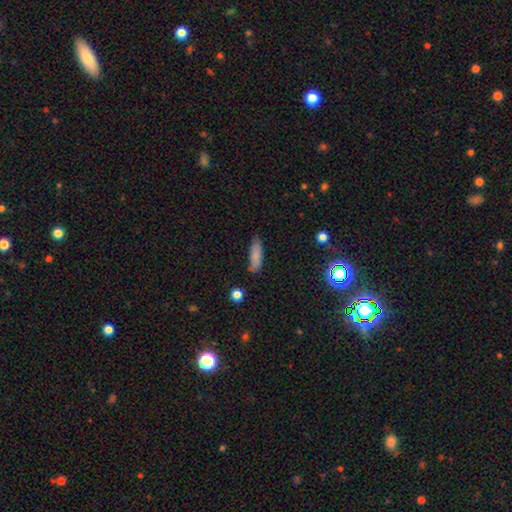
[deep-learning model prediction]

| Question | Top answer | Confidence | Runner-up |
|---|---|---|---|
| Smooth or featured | smooth | 82% | featured or disk (10%) |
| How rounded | in between | 49% | tied: cigar-shaped (49%) |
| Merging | none | 76% | minor disturbance (19%) |